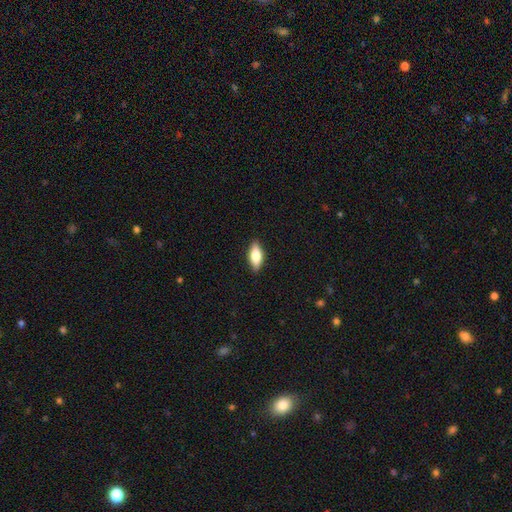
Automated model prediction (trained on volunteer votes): Smooth or featured? Predicted: smooth (p=0.67). How rounded? Predicted: in between (p=0.76). Merging? Predicted: none (p=0.88).